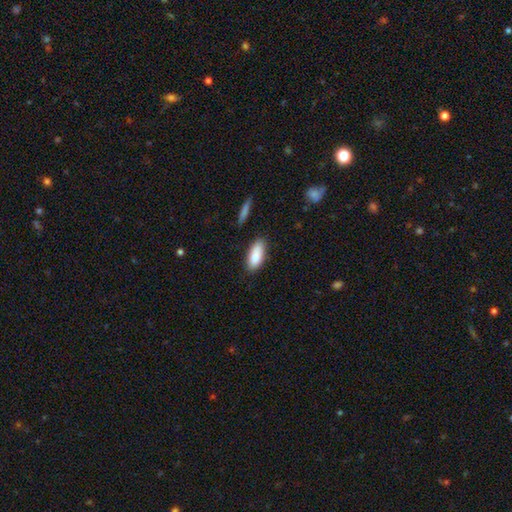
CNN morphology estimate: This appears to be a smooth galaxy with no disk features (88%) that is in between round and cigar-shaped (82%). Merging: none (82%).